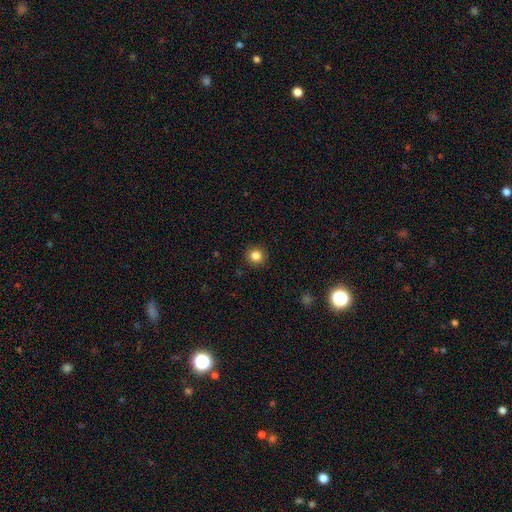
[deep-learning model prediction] smooth-or-featured: smooth: 84% | star or artifact: 11% | featured or disk: 5%
  how-rounded: round: 92% | in between: 7% | cigar-shaped: 1%
  merging: none: 92% | minor disturbance: 6% | major disturbance: 2% | merger: 1%